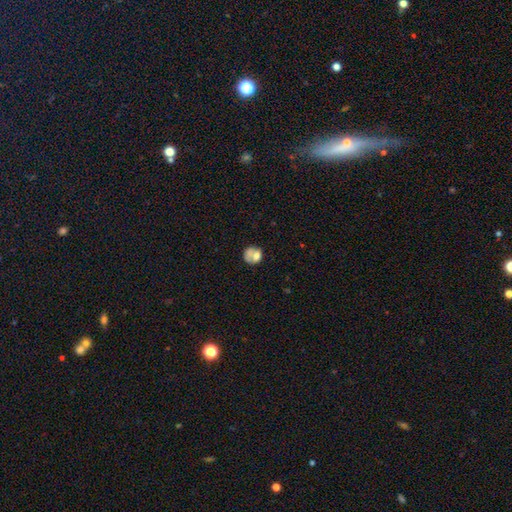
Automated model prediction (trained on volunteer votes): A smooth galaxy with no disk features (63%) that is round (72%).

Vote fractions:
- Smooth or featured? smooth: 63% / featured or disk: 27% / star or artifact: 10%
- How rounded? round: 72% / in between: 27% / cigar-shaped: 1%
- Merging? none: 41% / merger: 23% / minor disturbance: 20% / major disturbance: 16%